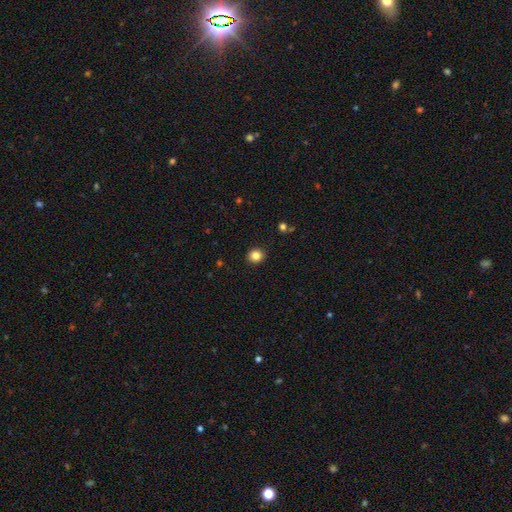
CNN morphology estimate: Smooth or featured? Predicted: smooth (p=0.85). How rounded? Predicted: round (p=0.86). Merging? Predicted: none (p=0.92).